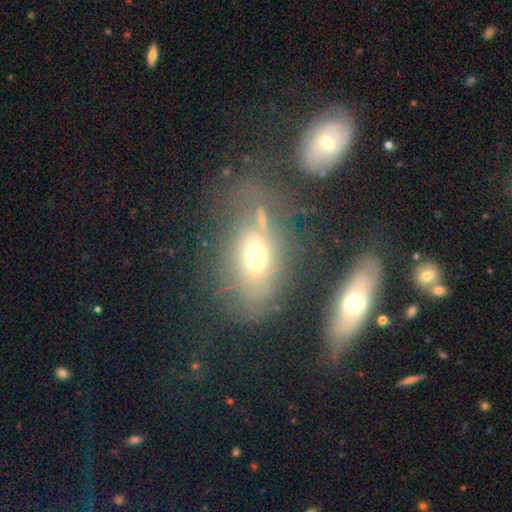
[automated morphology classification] Smooth or featured: smooth — 54% (featured or disk — 33%)
How rounded: in between — 79% (round — 18%)
Merging: none — 40% (minor disturbance — 20%)